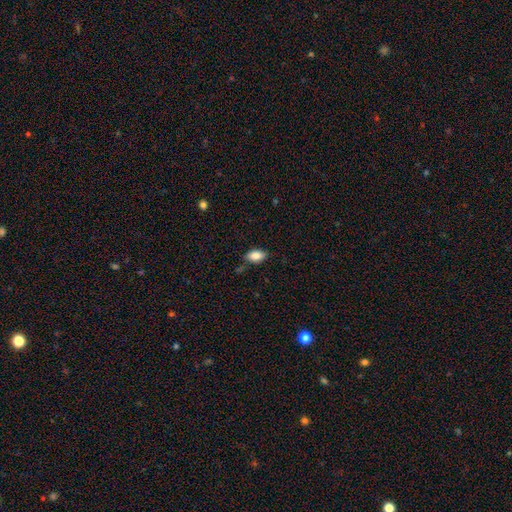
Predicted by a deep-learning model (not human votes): Morphology: type=smooth (84%); roundness=in between (90%); merging=none (76%).